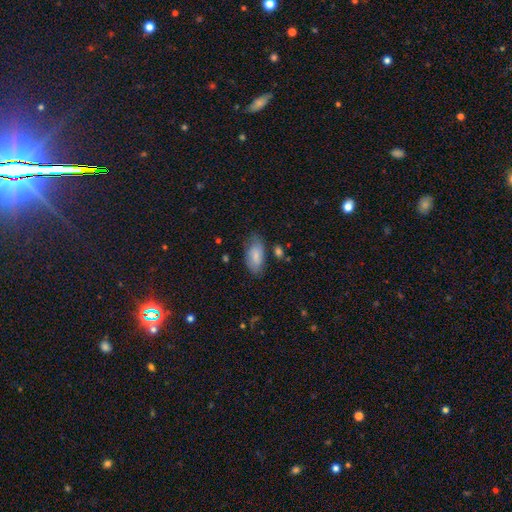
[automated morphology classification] smooth 82%, featured or disk 12%, star or artifact 6%. Down the decision tree: how rounded — in between (91%); merging — none (68%).